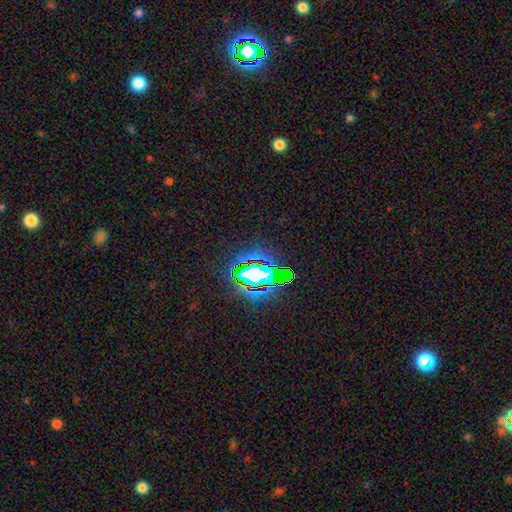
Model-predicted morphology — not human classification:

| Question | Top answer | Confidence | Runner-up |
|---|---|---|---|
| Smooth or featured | star or artifact | 78% | smooth (14%) |